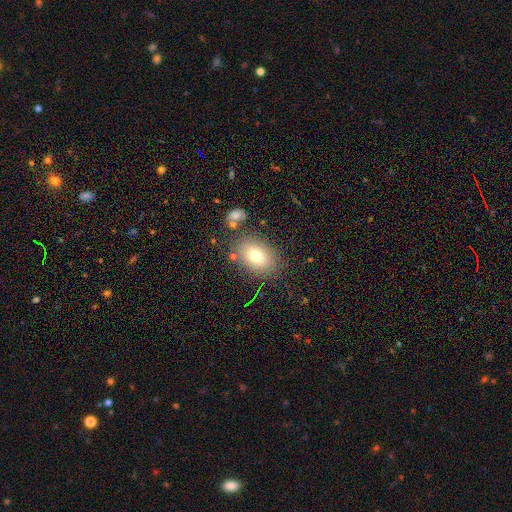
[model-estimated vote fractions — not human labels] A smooth galaxy with no disk features (74%) that is in between round and cigar-shaped (74%). Merging: none (80%).